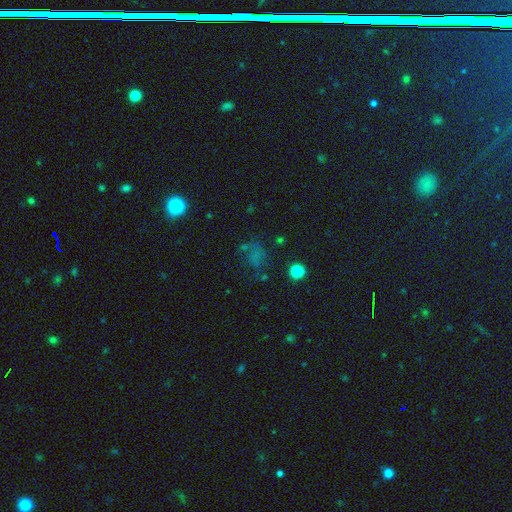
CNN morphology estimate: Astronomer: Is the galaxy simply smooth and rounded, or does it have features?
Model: smooth — 45% (runner-up: star or artifact, 39%).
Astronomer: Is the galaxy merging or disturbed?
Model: none — 53%.